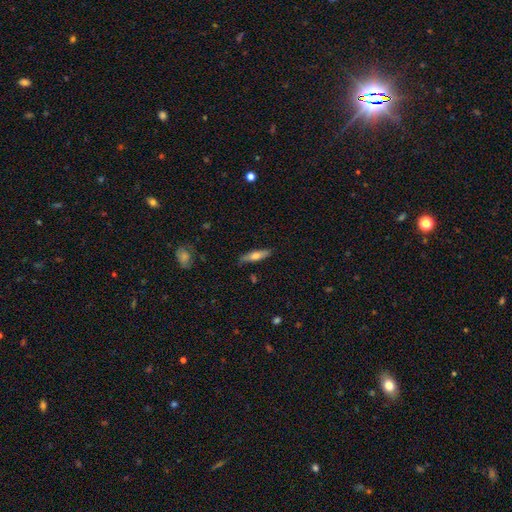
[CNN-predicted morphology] A smooth galaxy with no disk features (56%) that is cigar-shaped (73%).

Vote fractions:
- Smooth or featured? smooth: 56% / featured or disk: 38% / star or artifact: 6%
- How rounded? cigar-shaped: 73% / in between: 24% / round: 2%
- Merging? none: 84% / minor disturbance: 12% / major disturbance: 2% / merger: 1%